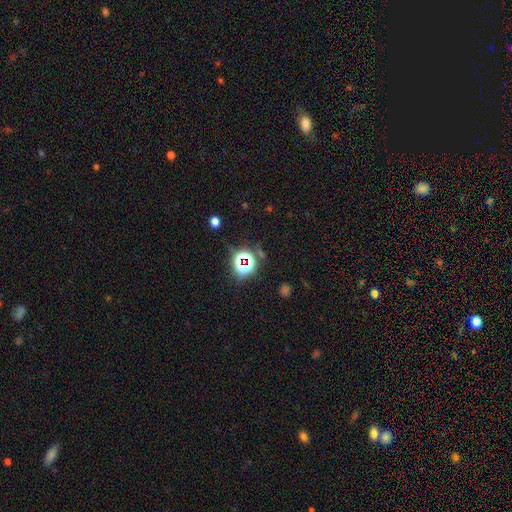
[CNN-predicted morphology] smooth_or_featured: star or artifact (p=0.77) [alt: smooth p=0.15]